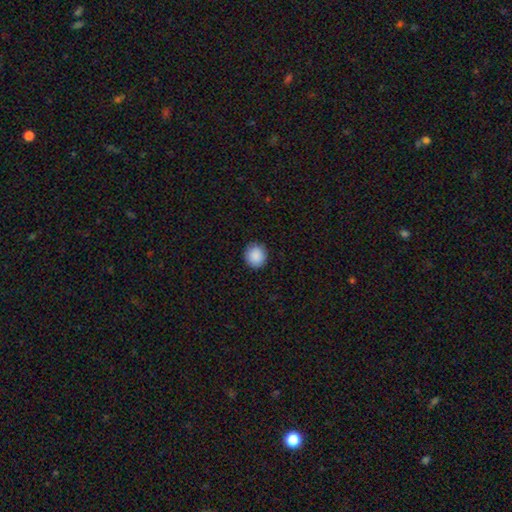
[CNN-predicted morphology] Smooth or featured? Predicted: smooth (p=0.89). How rounded? Predicted: round (p=0.91). Merging? Predicted: none (p=0.90).